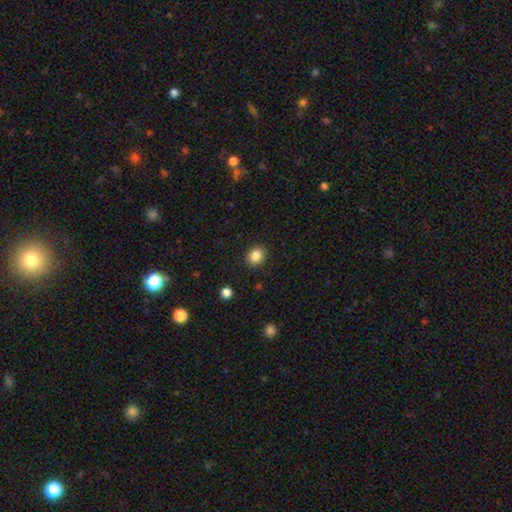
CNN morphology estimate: Smooth or featured?
  - smooth: 86% *
  - star or artifact: 10%
  - featured or disk: 4%
How rounded?
  - round: 70% *
  - in between: 29%
  - cigar-shaped: 1%
Merging?
  - none: 90% *
  - minor disturbance: 7%
  - major disturbance: 2%
  - merger: 1%